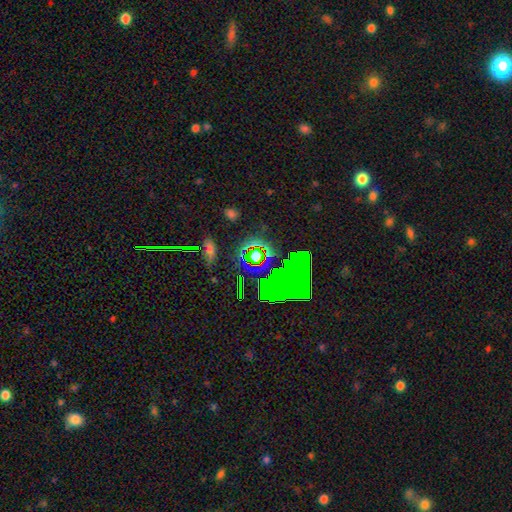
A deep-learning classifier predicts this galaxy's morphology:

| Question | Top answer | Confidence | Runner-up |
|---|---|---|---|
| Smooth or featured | star or artifact | 67% | smooth (19%) |